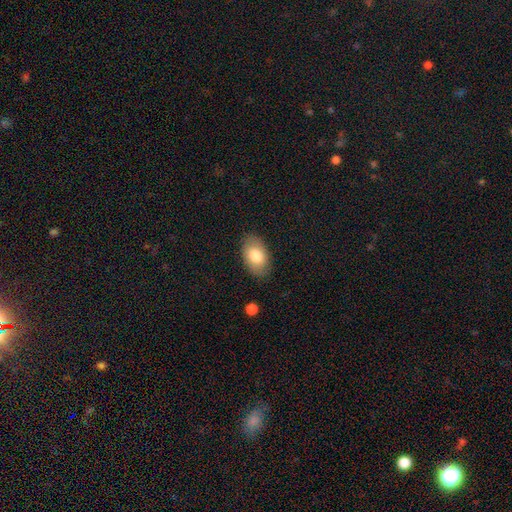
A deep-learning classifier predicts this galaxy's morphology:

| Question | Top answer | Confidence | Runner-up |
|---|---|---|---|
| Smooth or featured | smooth | 78% | featured or disk (16%) |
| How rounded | in between | 92% | round (7%) |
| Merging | none | 84% | minor disturbance (12%) |